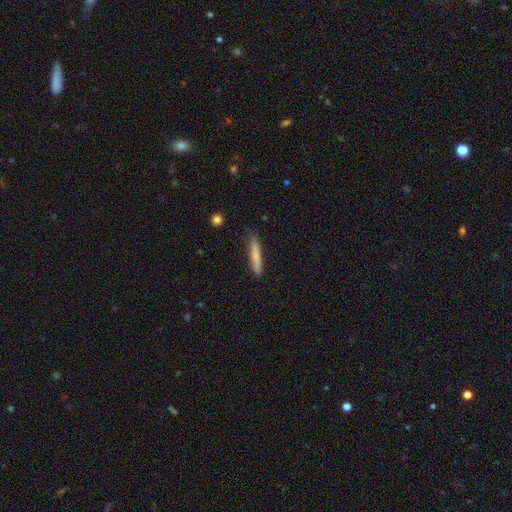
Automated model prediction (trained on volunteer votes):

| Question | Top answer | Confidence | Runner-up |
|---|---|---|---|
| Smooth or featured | smooth | 79% | featured or disk (16%) |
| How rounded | cigar-shaped | 93% | in between (5%) |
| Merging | none | 80% | minor disturbance (16%) |